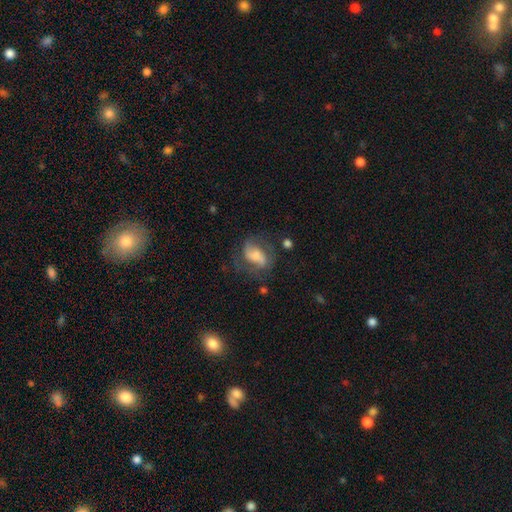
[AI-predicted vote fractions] Smooth or featured?
  - featured or disk: 56% *
  - smooth: 35%
  - star or artifact: 9%
Edge-on disk?
  - no: 96% *
  - yes: 4%
Bar?
  - no: 39% *
  - weak: 37%
  - strong: 24%
Spiral arms?
  - yes: 81% *
  - no: 19%
Bulge size?
  - moderate: 26% *
  - large: 25%
  - small: 23%
  - none: 21%
  - dominant: 5%
Merging?
  - none: 50% *
  - major disturbance: 24%
  - minor disturbance: 23%
  - merger: 3%